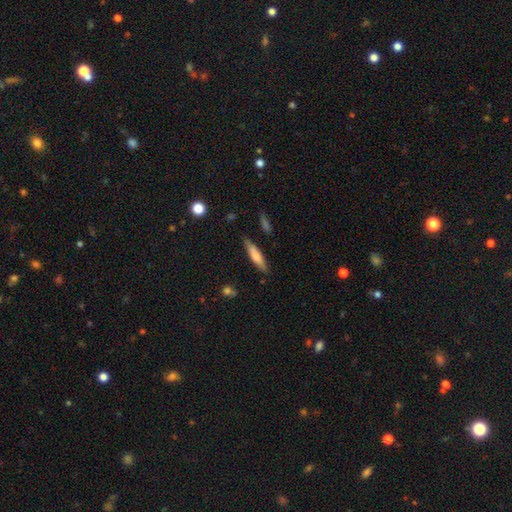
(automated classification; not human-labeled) A smooth galaxy with no disk features (68%) that is cigar-shaped (80%).

Vote fractions:
- Smooth or featured? smooth: 68% / featured or disk: 26% / star or artifact: 6%
- How rounded? cigar-shaped: 80% / in between: 18% / round: 2%
- Merging? none: 84% / minor disturbance: 12% / major disturbance: 2% / merger: 2%